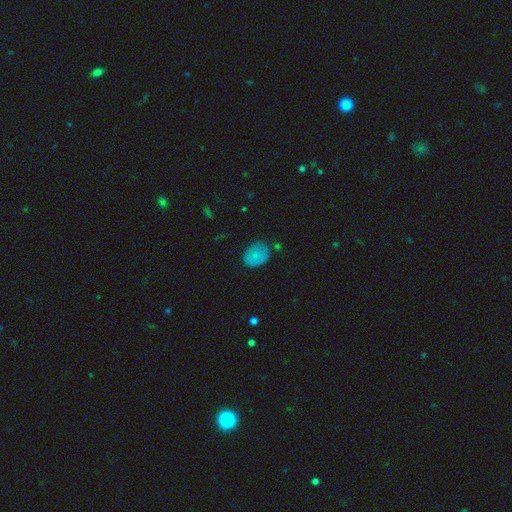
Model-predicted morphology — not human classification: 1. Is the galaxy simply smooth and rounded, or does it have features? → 75% smooth, 16% featured or disk, 9% star or artifact.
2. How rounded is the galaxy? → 66% in between, 33% round, 1% cigar-shaped.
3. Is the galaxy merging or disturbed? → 70% none, 21% minor disturbance, 6% major disturbance, 3% merger.